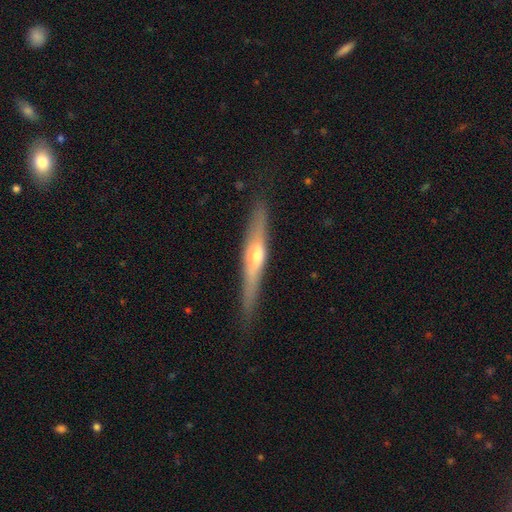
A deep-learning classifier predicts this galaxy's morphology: Smooth or featured? Predicted: featured or disk (p=0.65). Edge-on disk? Predicted: yes (p=0.94). Edge-on bulge? Predicted: rounded (p=0.82). Merging? Predicted: none (p=0.85).